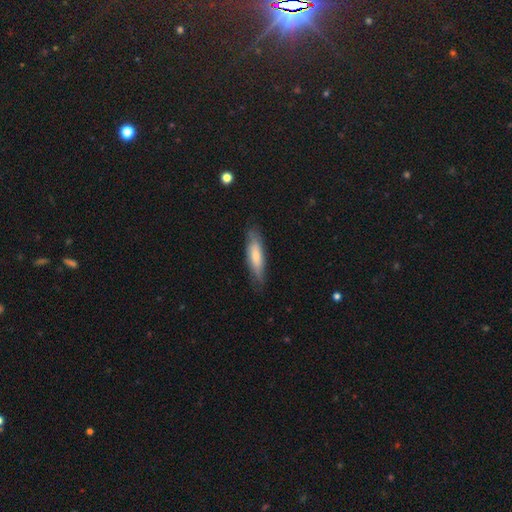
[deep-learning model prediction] This is likely a smooth galaxy (65%). How rounded: likely cigar-shaped (62%). Merging: likely none (75%).